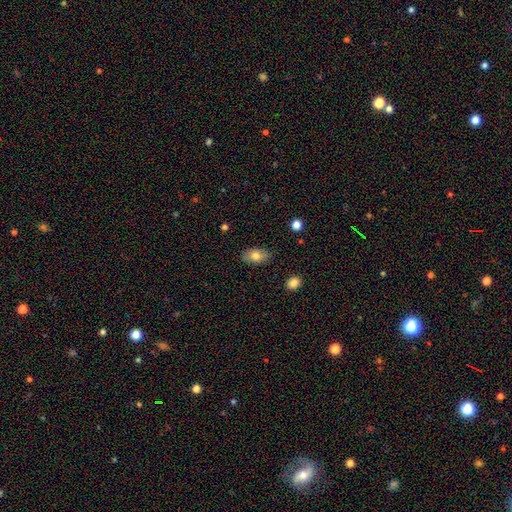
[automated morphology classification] Overall: smooth (78%). How rounded: in between (90%). Merging: none (85%).